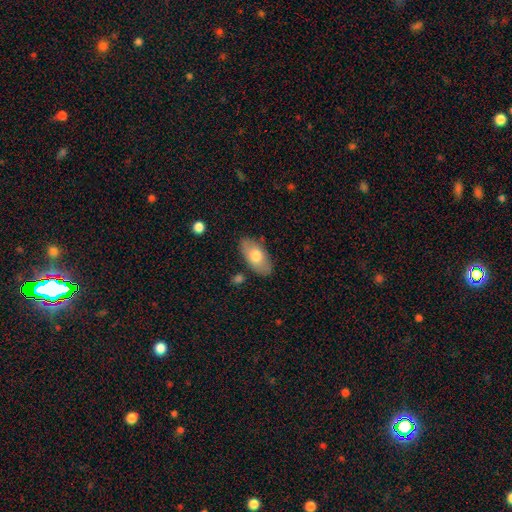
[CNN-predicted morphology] smooth 69%, featured or disk 25%, star or artifact 6%. Down the decision tree: how rounded — in between (93%); merging — none (82%).